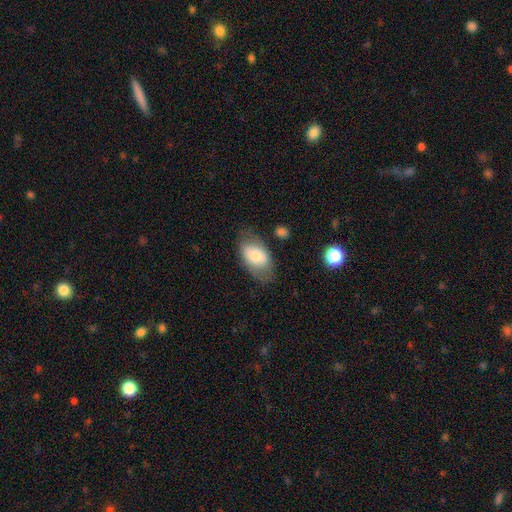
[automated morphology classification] Smooth or featured?
  - smooth: 71% *
  - featured or disk: 22%
  - star or artifact: 7%
How rounded?
  - in between: 91% *
  - round: 7%
  - cigar-shaped: 2%
Merging?
  - none: 69% *
  - minor disturbance: 20%
  - major disturbance: 8%
  - merger: 3%